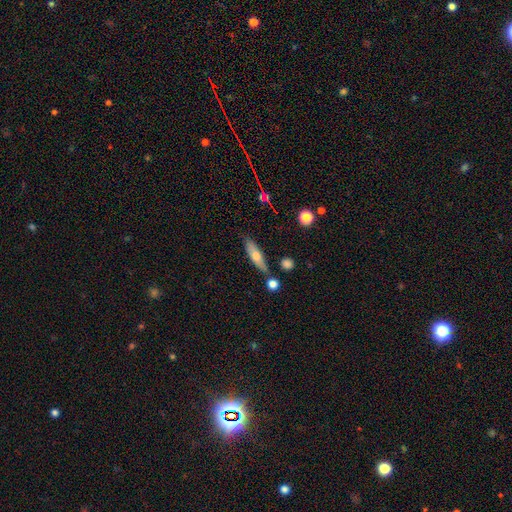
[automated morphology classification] smooth 55%, featured or disk 38%, star or artifact 7%. Down the decision tree: how rounded — cigar-shaped (65%); merging — none (75%).